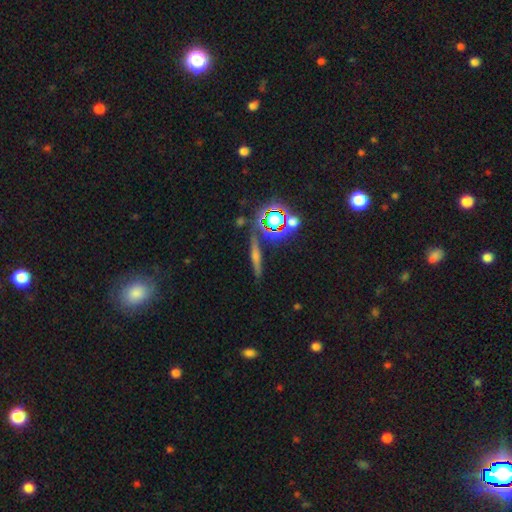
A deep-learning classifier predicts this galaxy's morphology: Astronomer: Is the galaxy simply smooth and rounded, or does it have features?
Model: featured or disk — 43% (runner-up: star or artifact, 34%).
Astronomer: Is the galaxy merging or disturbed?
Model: none — 84%.